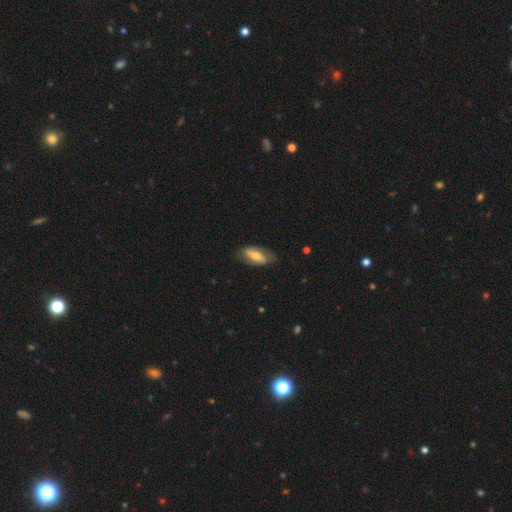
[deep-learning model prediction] Smooth or featured? featured or disk (47%, tied with smooth)
Merging? none (73%)